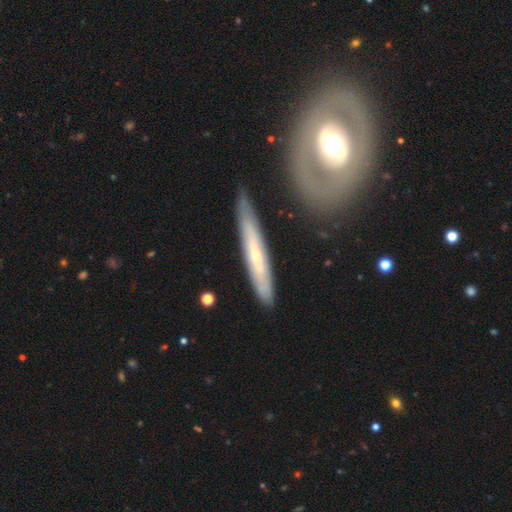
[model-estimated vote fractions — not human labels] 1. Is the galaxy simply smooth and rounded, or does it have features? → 57% featured or disk, 37% smooth, 6% star or artifact.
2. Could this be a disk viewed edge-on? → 73% yes, 27% no.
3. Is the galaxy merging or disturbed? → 82% none, 12% minor disturbance, 3% major disturbance, 3% merger.